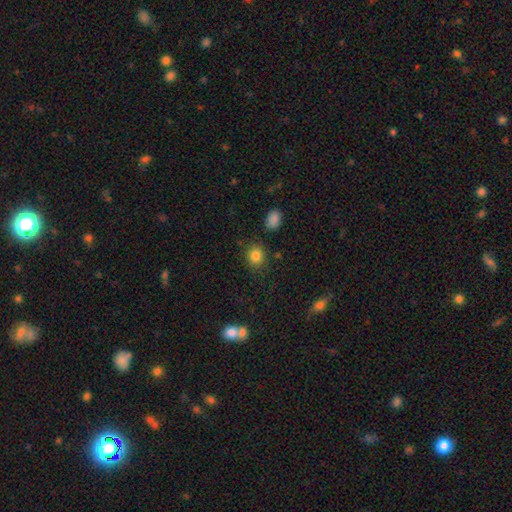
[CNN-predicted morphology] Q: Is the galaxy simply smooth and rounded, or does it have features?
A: smooth — 84%.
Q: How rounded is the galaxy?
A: round — 73%.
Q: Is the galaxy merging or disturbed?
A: none — 85%.